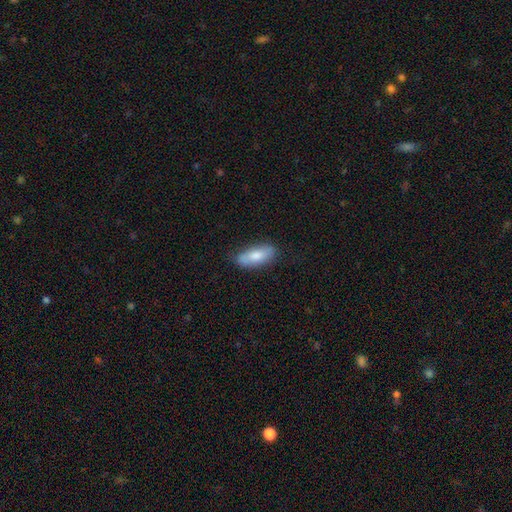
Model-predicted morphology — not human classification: Smooth or featured?
  - smooth: 79% *
  - featured or disk: 16%
  - star or artifact: 6%
How rounded?
  - in between: 75% *
  - cigar-shaped: 23%
  - round: 2%
Merging?
  - none: 76% *
  - minor disturbance: 19%
  - major disturbance: 4%
  - merger: 2%